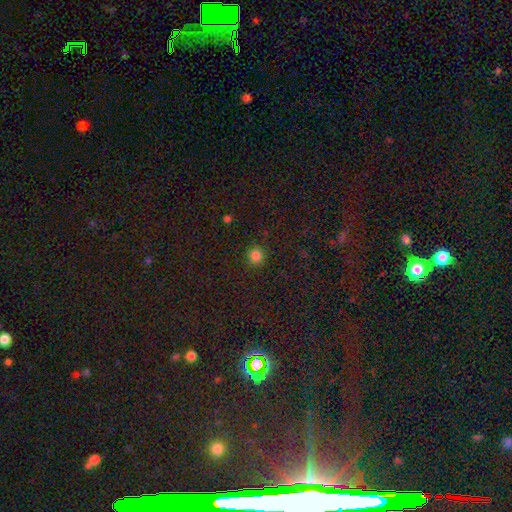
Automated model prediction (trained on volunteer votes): Smooth or featured: smooth — 82% (star or artifact — 14%)
How rounded: round — 92% (in between — 7%)
Merging: none — 89% (minor disturbance — 7%)